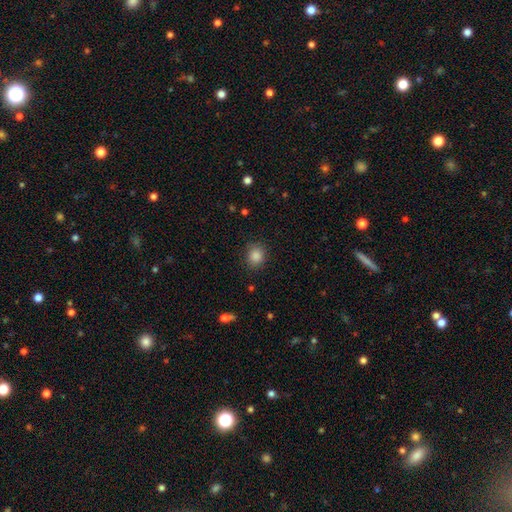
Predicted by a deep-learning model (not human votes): This appears to be a smooth galaxy with no disk features (86%) that is round (74%). Merging: none (86%).